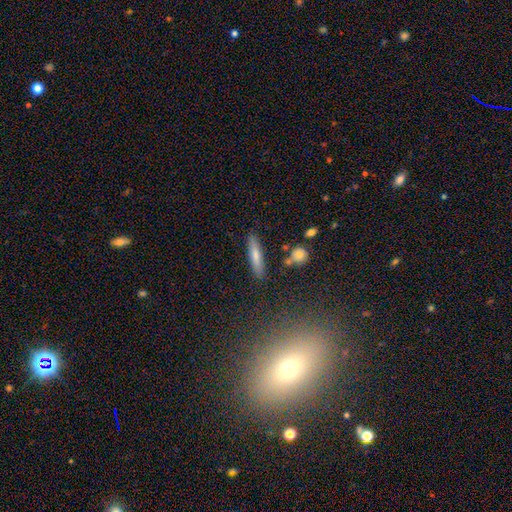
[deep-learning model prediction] Overall: smooth (72%). How rounded: cigar-shaped (85%). Merging: none (84%).